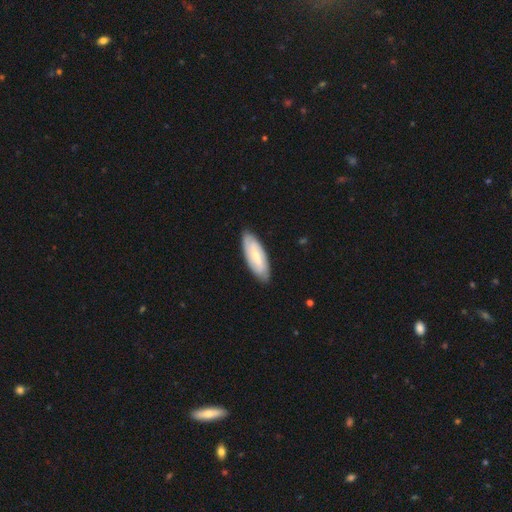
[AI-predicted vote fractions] Smooth or featured? featured or disk (53%)
Edge-on disk? no (86%)
Merging? none (84%)